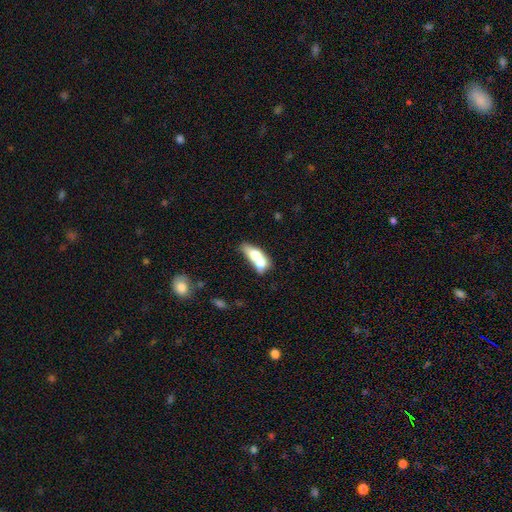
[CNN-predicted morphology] Smooth or featured?
  - smooth: 61% *
  - featured or disk: 31%
  - star or artifact: 8%
How rounded?
  - in between: 68% *
  - cigar-shaped: 18%
  - round: 14%
Merging?
  - merger: 69% *
  - none: 17%
  - minor disturbance: 8%
  - major disturbance: 6%